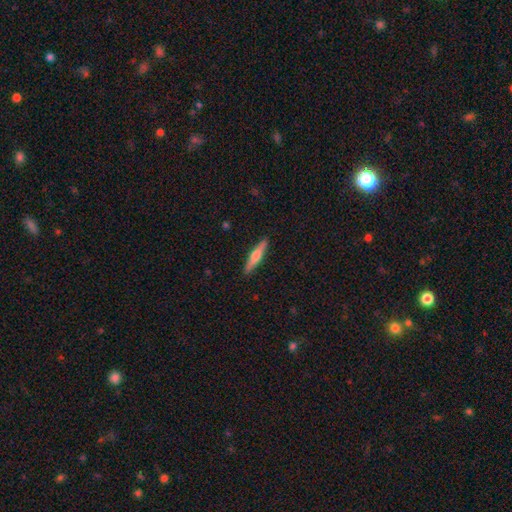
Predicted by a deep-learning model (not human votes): Smooth or featured? Predicted: smooth (p=0.47, tied with featured or disk). Merging? Predicted: none (p=0.91).